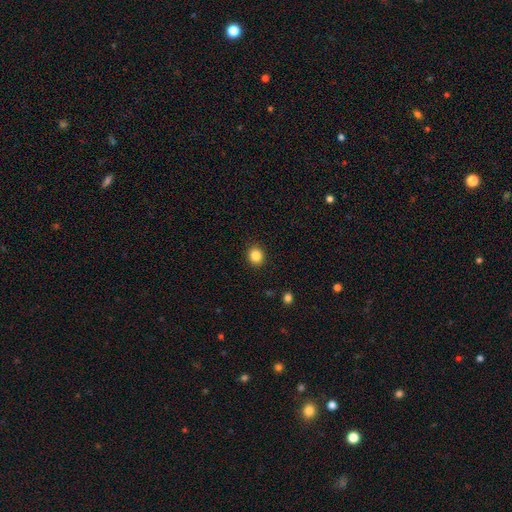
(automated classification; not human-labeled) The model was most divided on "how rounded": round: 79%, in between: 20%, cigar-shaped: 1%. More confident: merging — none (91%); smooth or featured — smooth (85%).